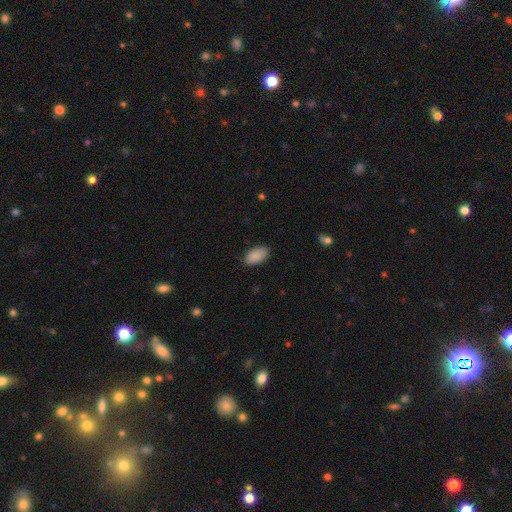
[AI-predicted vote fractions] This appears to be a smooth galaxy with no disk features (90%) that is in between round and cigar-shaped (95%). Merging: none (85%).